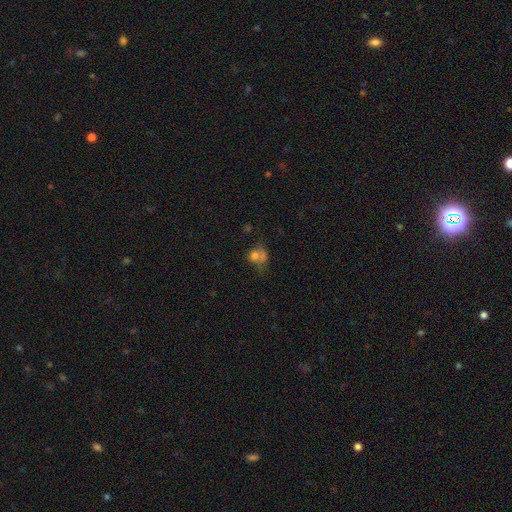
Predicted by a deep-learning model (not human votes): smooth 68%, featured or disk 16%, star or artifact 16%. Down the decision tree: how rounded — round (63%); merging — merger (40%).